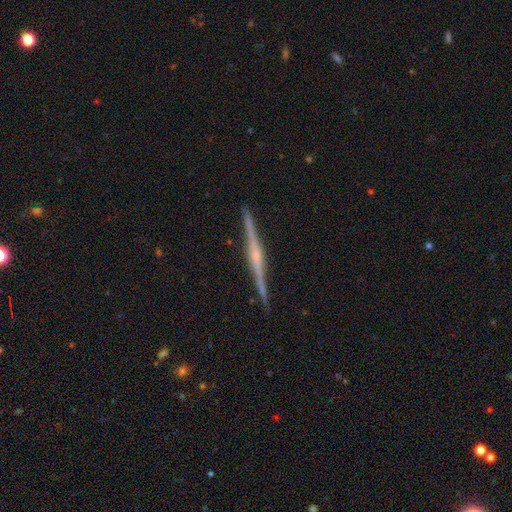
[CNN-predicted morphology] Smooth or featured: featured or disk — 83% (smooth — 11%)
Edge-on disk: yes — 99% (no — 1%)
Edge-on bulge: rounded — 63% (boxy — 21%)
Merging: none — 91% (minor disturbance — 7%)